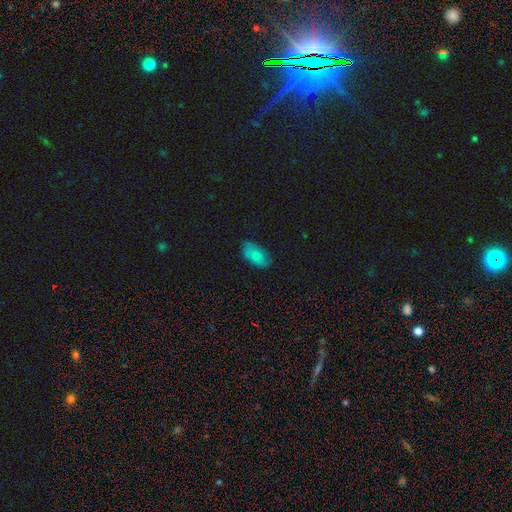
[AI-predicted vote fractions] Morphology: type=smooth (81%); roundness=in between (93%); merging=none (69%).